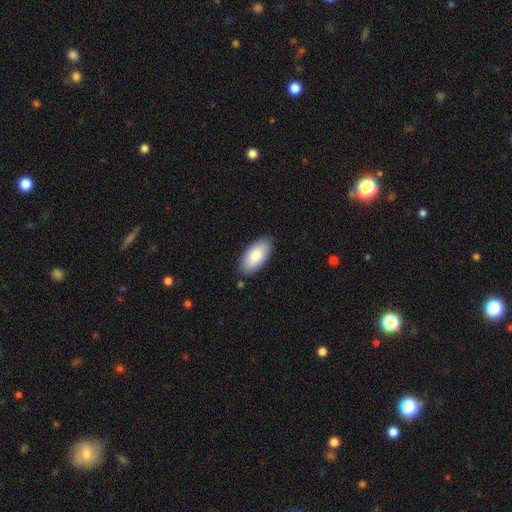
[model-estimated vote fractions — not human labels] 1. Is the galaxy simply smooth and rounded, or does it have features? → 84% smooth, 10% featured or disk, 5% star or artifact.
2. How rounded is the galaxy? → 93% in between, 5% cigar-shaped, 2% round.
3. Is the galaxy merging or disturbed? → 86% none, 10% minor disturbance, 2% major disturbance, 2% merger.